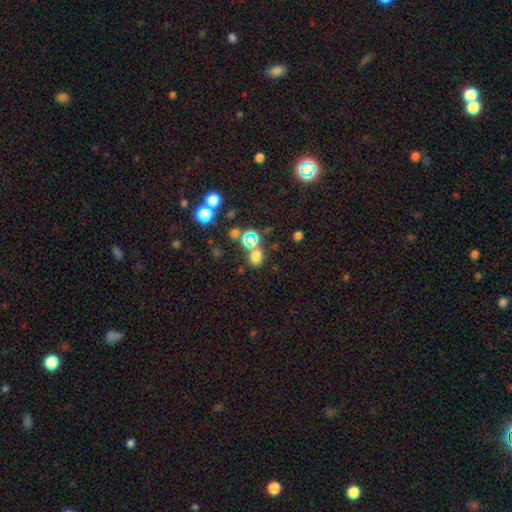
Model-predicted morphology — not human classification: type=smooth (63%); roundness=round (66%); merging=none (69%).